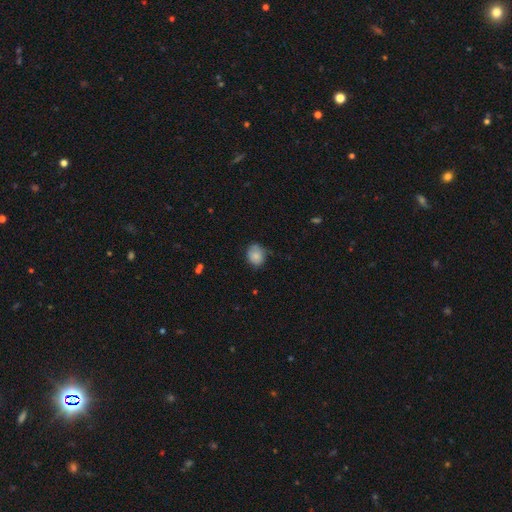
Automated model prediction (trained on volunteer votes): Smooth or featured? Predicted: smooth (p=0.82). How rounded? Predicted: round (p=0.58). Merging? Predicted: none (p=0.64).